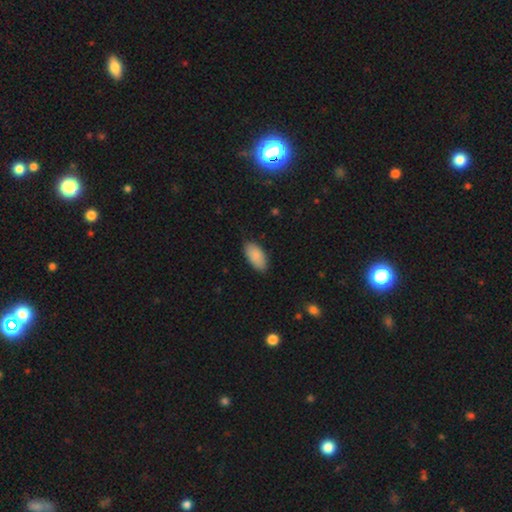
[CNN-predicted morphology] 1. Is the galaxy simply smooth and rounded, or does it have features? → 88% smooth, 6% star or artifact, 6% featured or disk.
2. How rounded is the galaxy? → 94% in between, 4% cigar-shaped, 2% round.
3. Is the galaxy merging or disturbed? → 84% none, 12% minor disturbance, 2% major disturbance, 1% merger.